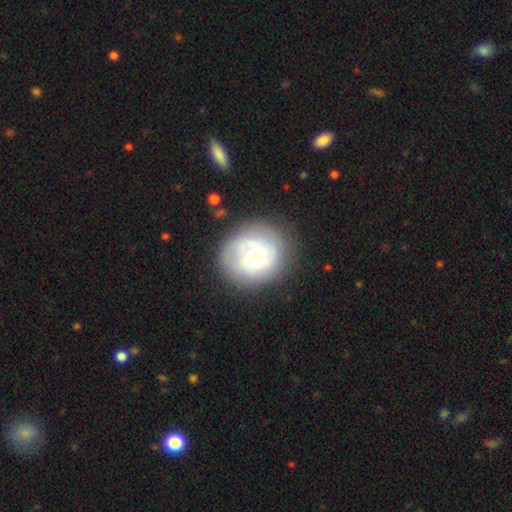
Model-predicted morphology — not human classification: The model was most divided on "smooth or featured": featured or disk: 50%, smooth: 43%, star or artifact: 7%. More confident: merging — none (69%).